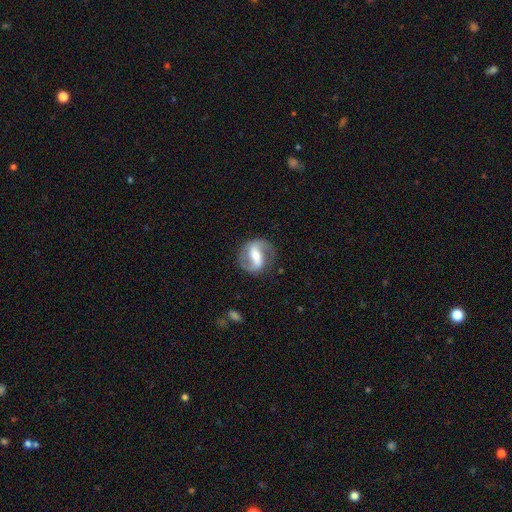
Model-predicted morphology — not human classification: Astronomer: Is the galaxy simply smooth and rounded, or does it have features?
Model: featured or disk — 83%.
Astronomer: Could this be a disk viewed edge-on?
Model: no — 96%.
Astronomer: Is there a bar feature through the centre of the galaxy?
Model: strong — 59%.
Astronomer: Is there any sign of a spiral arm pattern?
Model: yes — 91%.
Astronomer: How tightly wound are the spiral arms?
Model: medium — 50% (runner-up: loose, 28%).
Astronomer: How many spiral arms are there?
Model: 2 — 89%.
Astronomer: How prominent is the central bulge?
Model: moderate — 56%.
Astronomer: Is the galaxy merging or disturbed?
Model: none — 80%.